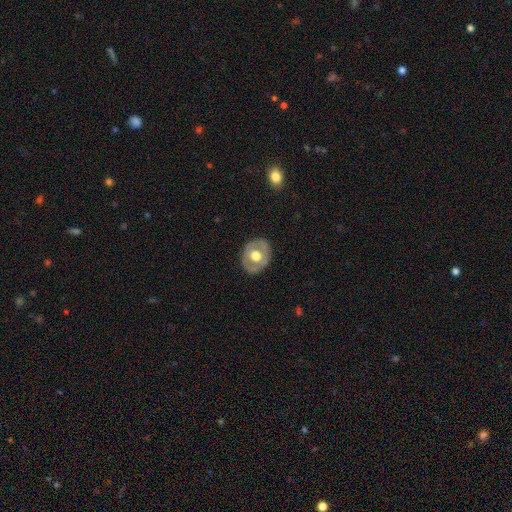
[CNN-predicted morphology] A featured or disk galaxy (50%).

Vote fractions:
- Smooth or featured? featured or disk: 50% / smooth: 44% / star or artifact: 6%
- Edge-on disk? no: 92% / yes: 8%
- Merging? none: 82% / minor disturbance: 13% / major disturbance: 4% / merger: 1%